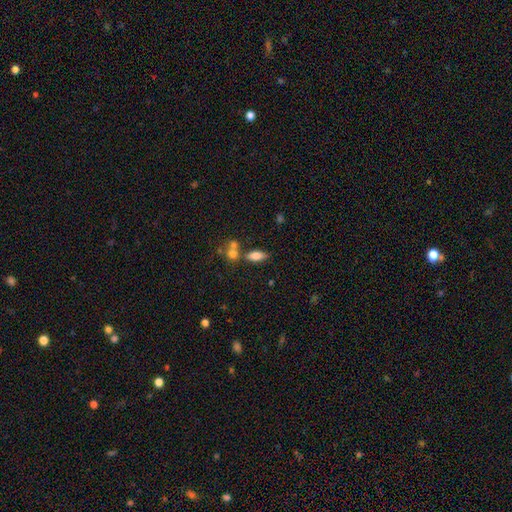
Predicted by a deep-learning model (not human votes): The model was most divided on "merging": none: 58%, merger: 24%, minor disturbance: 13%, major disturbance: 5%. More confident: how rounded — in between (82%); smooth or featured — smooth (77%).